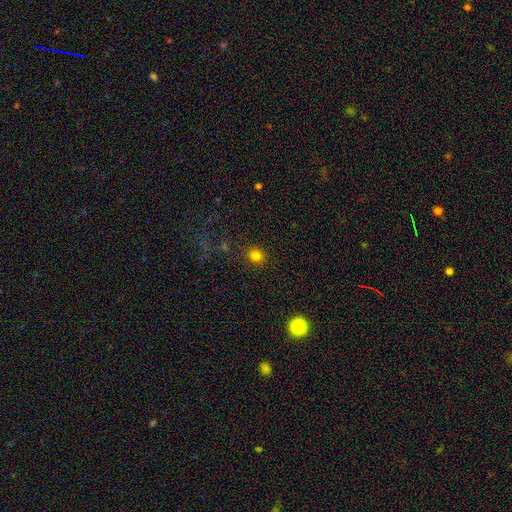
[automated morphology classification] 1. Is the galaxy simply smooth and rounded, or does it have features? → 80% smooth, 15% star or artifact, 5% featured or disk.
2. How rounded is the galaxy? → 87% round, 12% in between, 1% cigar-shaped.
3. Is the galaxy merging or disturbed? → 88% none, 7% minor disturbance, 3% major disturbance, 2% merger.